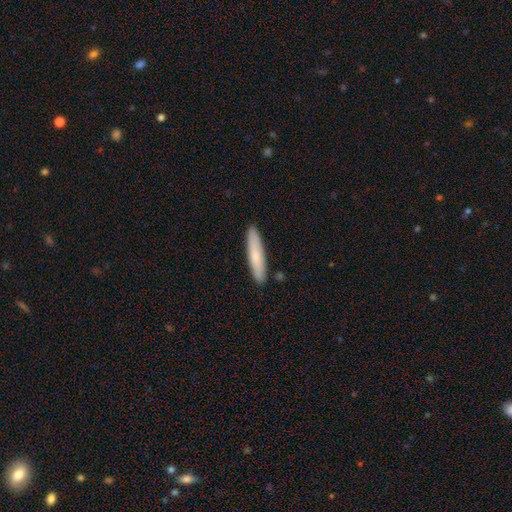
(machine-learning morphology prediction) Smooth or featured?
  - smooth: 75% *
  - featured or disk: 19%
  - star or artifact: 6%
How rounded?
  - cigar-shaped: 88% *
  - in between: 10%
  - round: 1%
Merging?
  - none: 90% *
  - minor disturbance: 7%
  - merger: 1%
  - major disturbance: 1%